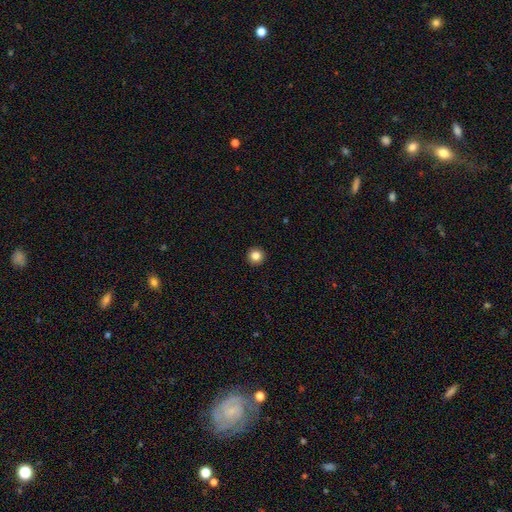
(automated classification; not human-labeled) Overall: smooth (84%). How rounded: round (96%). Merging: none (94%).